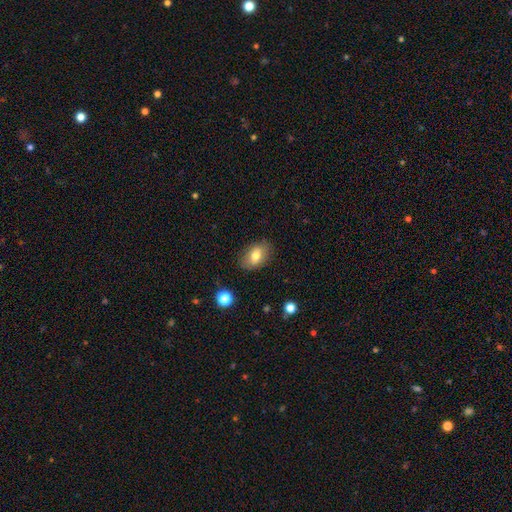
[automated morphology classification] A smooth galaxy with no disk features (75%) that is in between round and cigar-shaped (87%).

Vote fractions:
- Smooth or featured? smooth: 75% / featured or disk: 17% / star or artifact: 8%
- How rounded? in between: 87% / round: 11% / cigar-shaped: 2%
- Merging? none: 82% / minor disturbance: 14% / major disturbance: 3% / merger: 1%